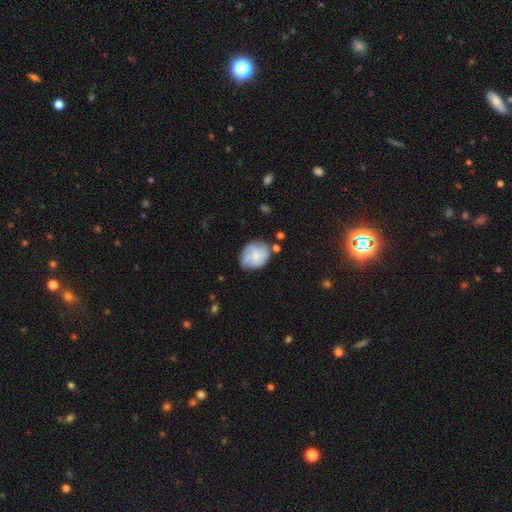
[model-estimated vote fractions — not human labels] Morphology: type=featured or disk (48%); merging=none (58%).